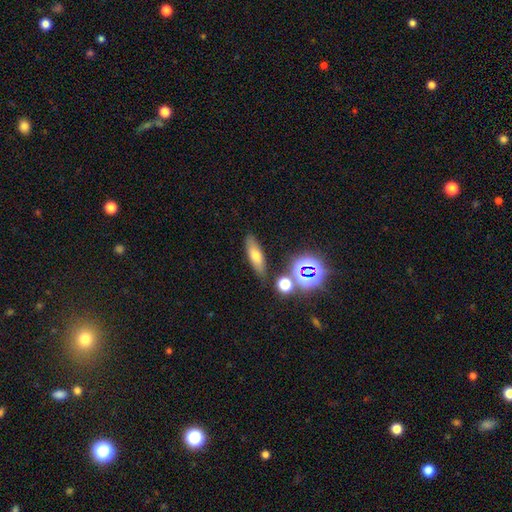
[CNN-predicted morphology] Smooth or featured: smooth — 62% (featured or disk — 22%)
How rounded: cigar-shaped — 47% (in between — 45%)
Merging: none — 80% (minor disturbance — 10%)